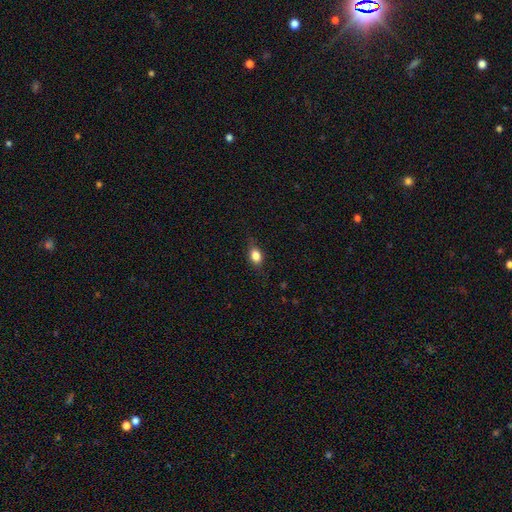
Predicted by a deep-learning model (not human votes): Q: Smooth or featured?
A: smooth (82%); runner-up: star or artifact (9%)
Q: How rounded?
A: in between (72%); runner-up: round (24%)
Q: Merging?
A: none (77%); runner-up: minor disturbance (18%)